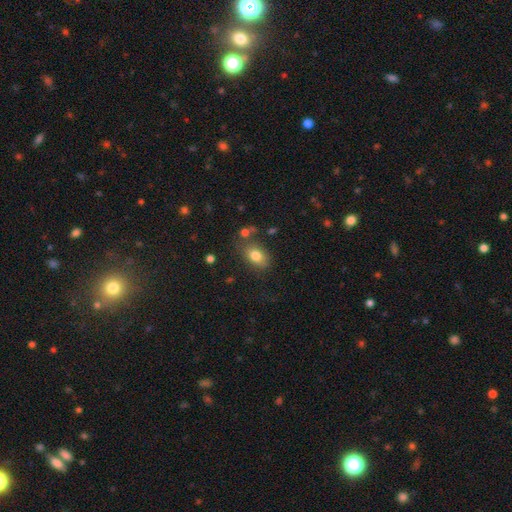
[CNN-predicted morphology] Overall: smooth (80%). How rounded: in between (81%). Merging: none (70%).